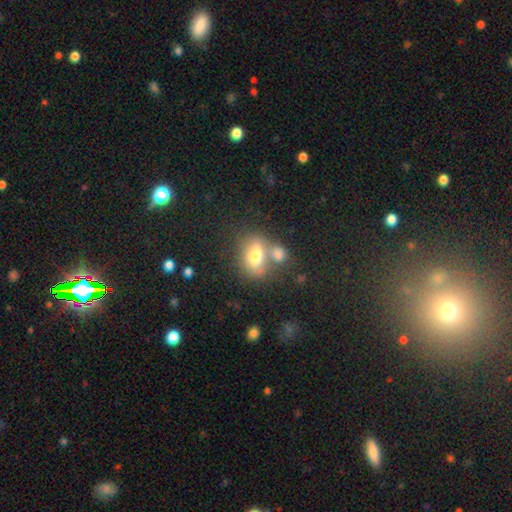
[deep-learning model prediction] smooth 68%, featured or disk 23%, star or artifact 10%. Down the decision tree: how rounded — in between (75%); merging — none (43%).